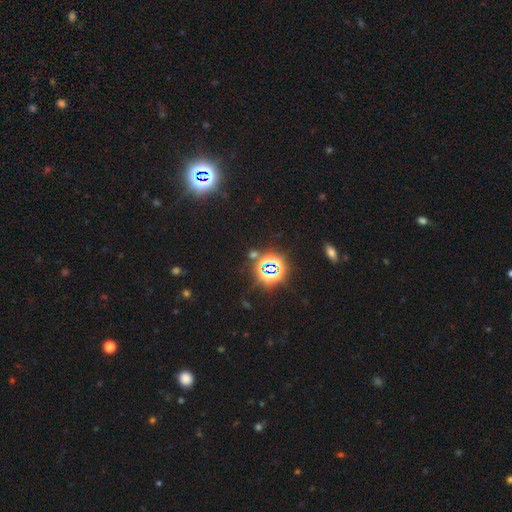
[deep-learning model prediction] The model was most divided on "smooth or featured": star or artifact: 78%, smooth: 14%, featured or disk: 8%.